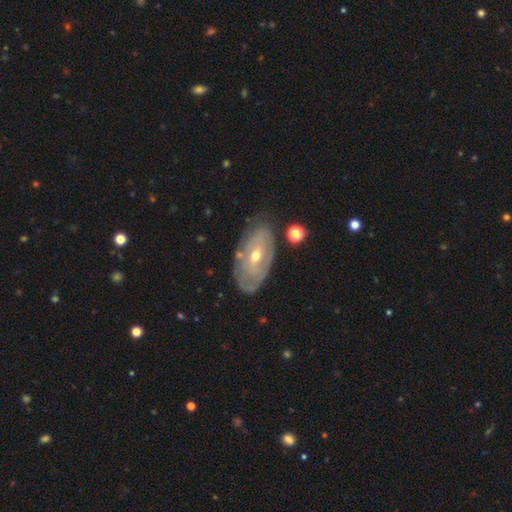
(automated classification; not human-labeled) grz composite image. It shows a featured or disk galaxy (73%) with no bar (64%), spiral arms (62%) and a small central bulge (49%). Merging: none (75%).